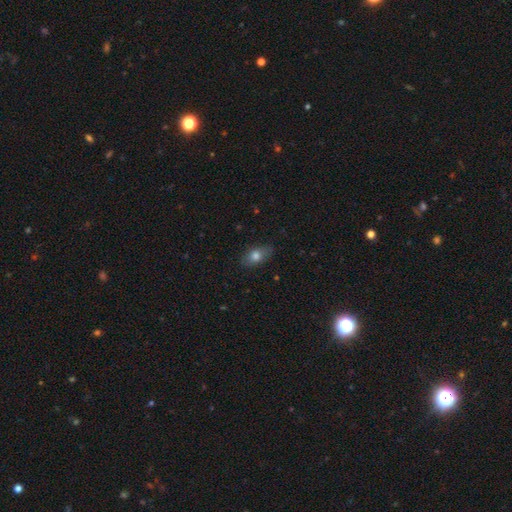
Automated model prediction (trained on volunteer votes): smooth_or_featured: smooth (p=0.78) [alt: featured or disk p=0.13]
how_rounded: in between (p=0.83) [alt: round p=0.11]
merging: none (p=0.80) [alt: minor disturbance p=0.16]